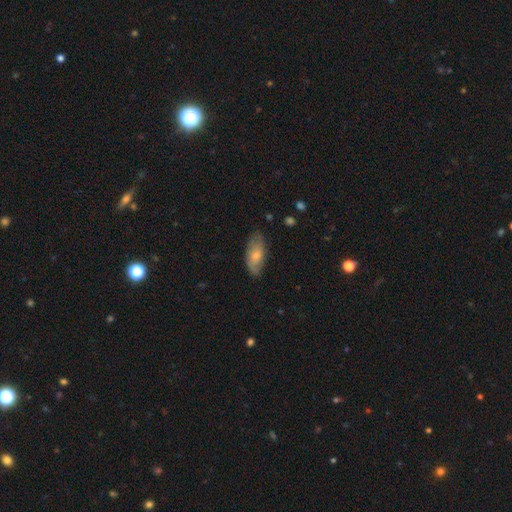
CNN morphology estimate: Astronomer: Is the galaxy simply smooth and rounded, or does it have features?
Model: smooth — 69%.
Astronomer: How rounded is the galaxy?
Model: in between — 89%.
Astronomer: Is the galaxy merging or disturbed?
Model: none — 72%.